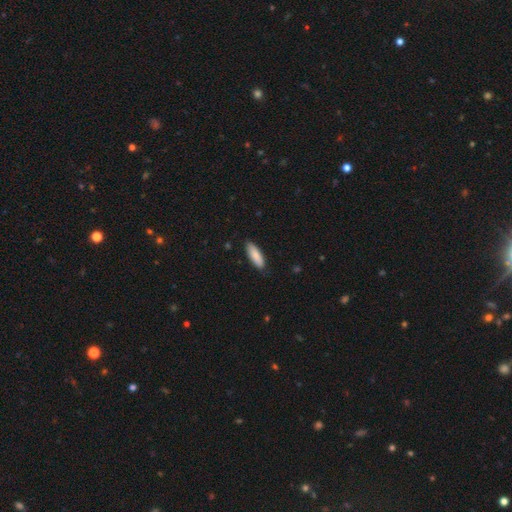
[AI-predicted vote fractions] This is clearly a smooth galaxy (87%). How rounded: possibly in between (58%). Merging: clearly none (87%).